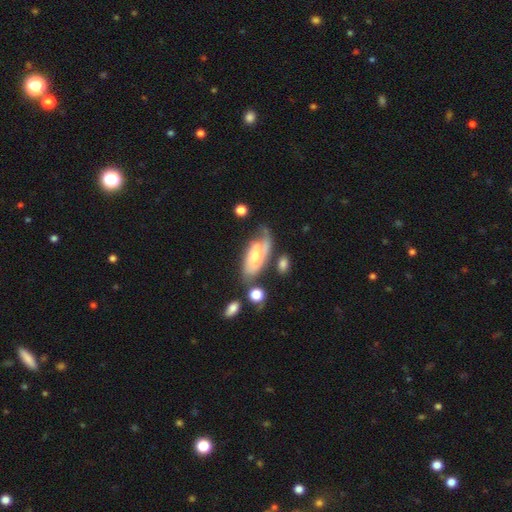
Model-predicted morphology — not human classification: smooth_or_featured: featured or disk (p=0.58) [alt: smooth p=0.35]
disk_edge_on: no (p=0.89) [alt: yes p=0.11]
bar: no (p=0.59) [alt: weak p=0.33]
has_spiral_arms: yes (p=0.84) [alt: no p=0.16]
bulge_size: moderate (p=0.44) [alt: small p=0.31]
merging: none (p=0.44) [alt: minor disturbance p=0.26]